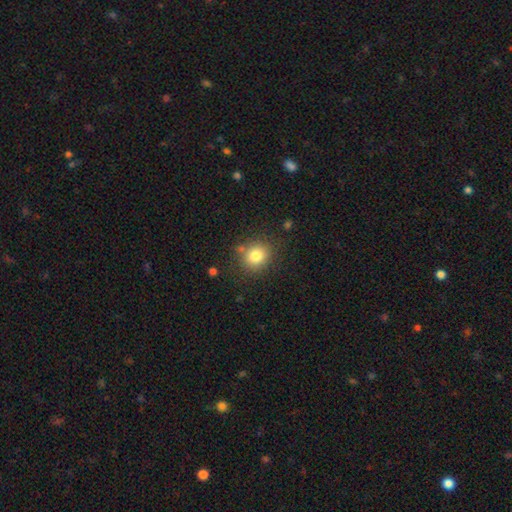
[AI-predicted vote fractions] Q: Smooth or featured?
A: smooth (81%); runner-up: star or artifact (11%)
Q: How rounded?
A: round (77%); runner-up: in between (22%)
Q: Merging?
A: none (80%); runner-up: minor disturbance (12%)